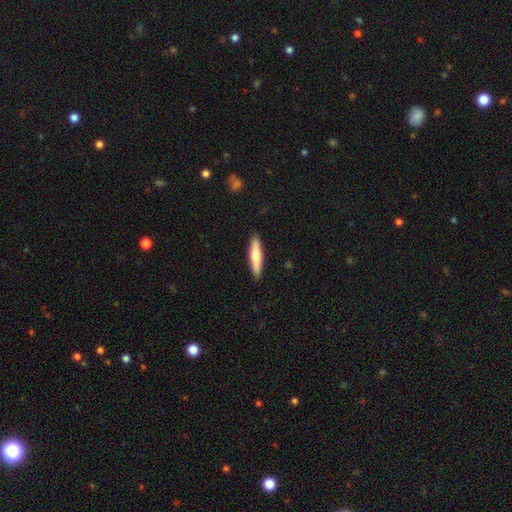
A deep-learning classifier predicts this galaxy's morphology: smooth-or-featured: smooth: 66% | featured or disk: 29% | star or artifact: 5%
  how-rounded: cigar-shaped: 83% | in between: 15% | round: 1%
  merging: none: 90% | minor disturbance: 7% | major disturbance: 1% | merger: 1%